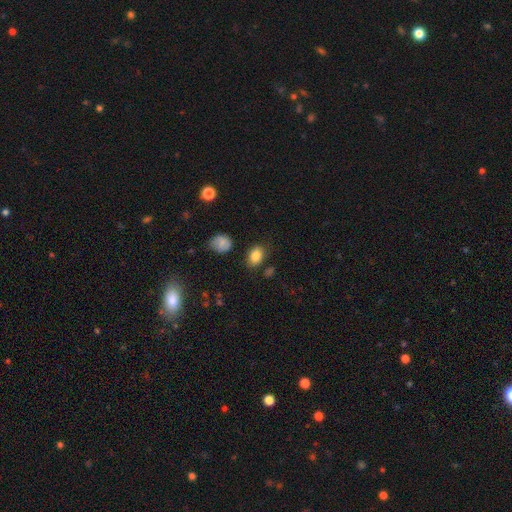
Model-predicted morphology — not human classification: A smooth galaxy with no disk features (84%) that is in between round and cigar-shaped (74%).

Vote fractions:
- Smooth or featured? smooth: 84% / star or artifact: 10% / featured or disk: 7%
- How rounded? in between: 74% / round: 24% / cigar-shaped: 1%
- Merging? none: 79% / minor disturbance: 14% / major disturbance: 4% / merger: 3%